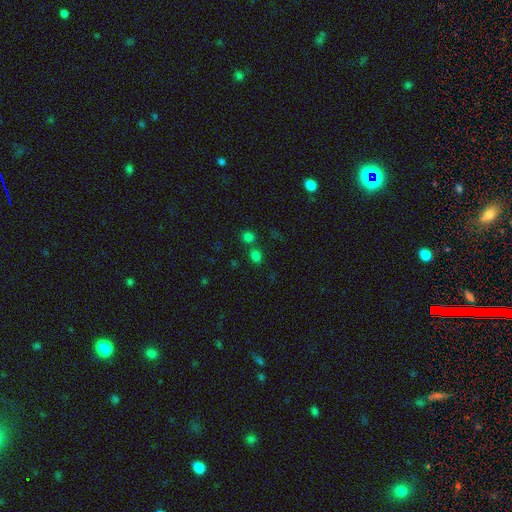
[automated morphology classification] A smooth galaxy with no disk features (72%) that is round (61%).

Vote fractions:
- Smooth or featured? smooth: 72% / star or artifact: 23% / featured or disk: 5%
- How rounded? round: 61% / in between: 38% / cigar-shaped: 1%
- Merging? none: 67% / merger: 21% / minor disturbance: 9% / major disturbance: 4%